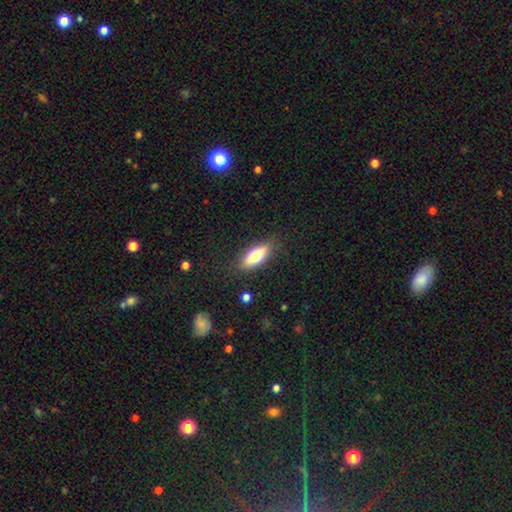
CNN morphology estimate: type=smooth (67%); roundness=in between (64%); merging=none (85%).